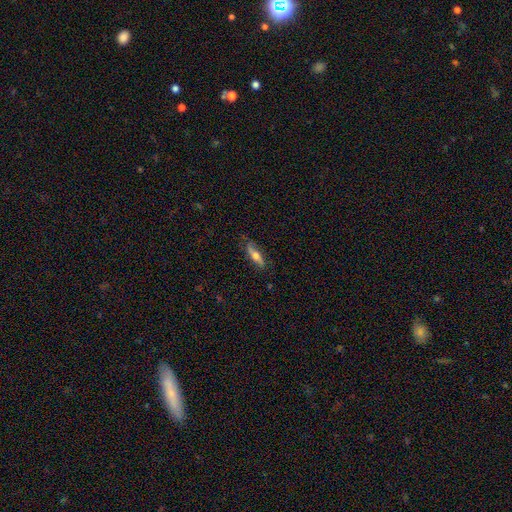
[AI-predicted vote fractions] Morphology: type=smooth (51%); roundness=cigar-shaped (59%); merging=none (74%).